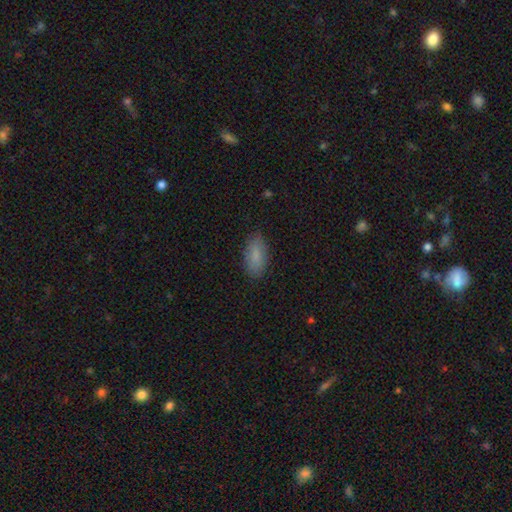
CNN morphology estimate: type=smooth (85%); roundness=in between (89%); merging=none (84%).